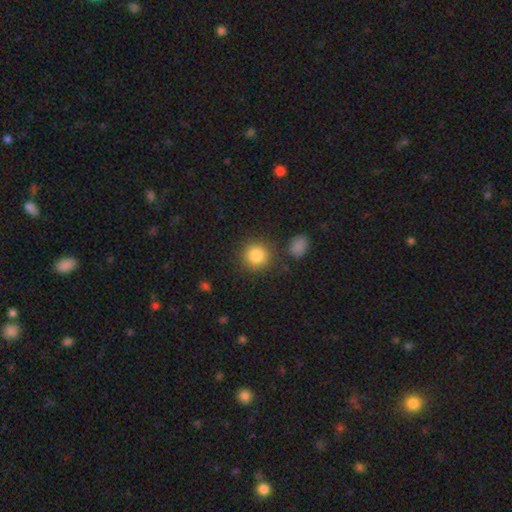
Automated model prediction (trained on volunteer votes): The model was most divided on "merging": none: 82%, minor disturbance: 9%, merger: 6%, major disturbance: 3%. More confident: how rounded — round (92%); smooth or featured — smooth (86%).